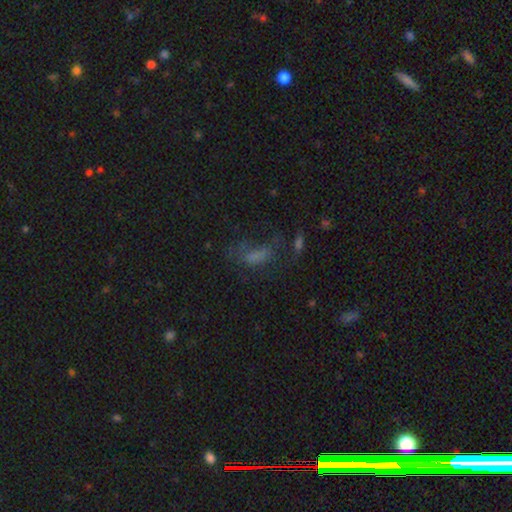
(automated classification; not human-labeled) smooth 57%, star or artifact 23%, featured or disk 20%. Down the decision tree: how rounded — in between (73%); merging — none (38%).